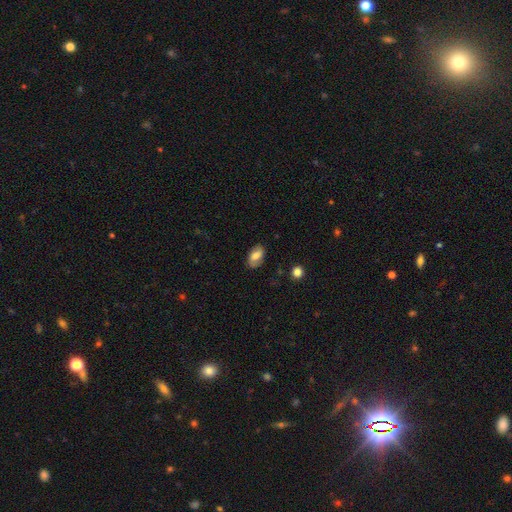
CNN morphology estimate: smooth 63%, featured or disk 29%, star or artifact 8%. Down the decision tree: how rounded — in between (91%); merging — none (79%).